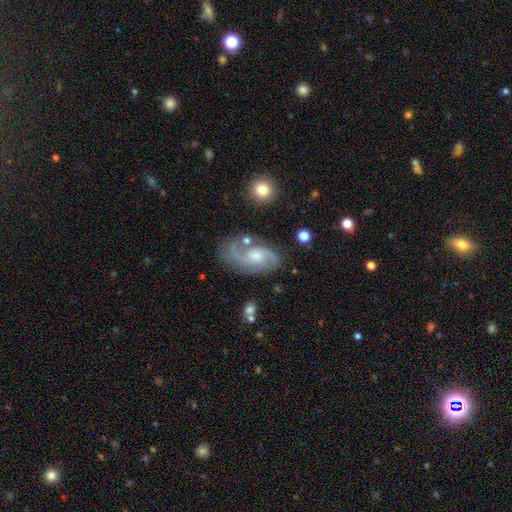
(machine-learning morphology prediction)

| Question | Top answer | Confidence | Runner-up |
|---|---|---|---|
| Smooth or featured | featured or disk | 81% | smooth (12%) |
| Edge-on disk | no | 96% | yes (4%) |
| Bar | no | 60% | weak (36%) |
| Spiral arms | yes | 95% | no (5%) |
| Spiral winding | medium | 51% | tight (26%) |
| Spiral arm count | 2 | 70% | can't tell (12%) |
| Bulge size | moderate | 50% | small (35%) |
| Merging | none | 64% | minor disturbance (20%) |